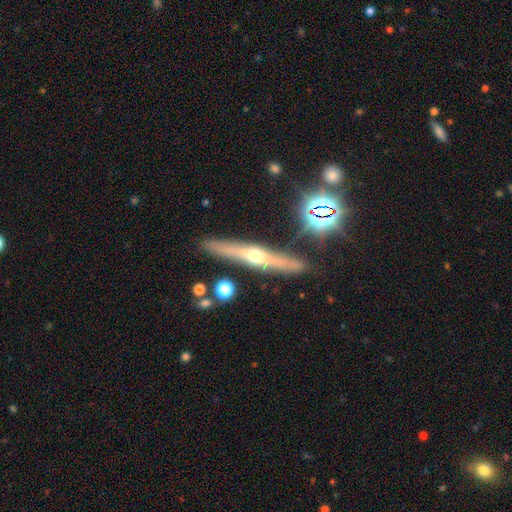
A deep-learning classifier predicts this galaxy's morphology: Smooth or featured?
  - featured or disk: 68% *
  - smooth: 24%
  - star or artifact: 8%
Edge-on disk?
  - yes: 95% *
  - no: 5%
Edge-on bulge?
  - rounded: 91% *
  - none: 5%
  - boxy: 3%
Merging?
  - none: 87% *
  - minor disturbance: 8%
  - merger: 3%
  - major disturbance: 2%